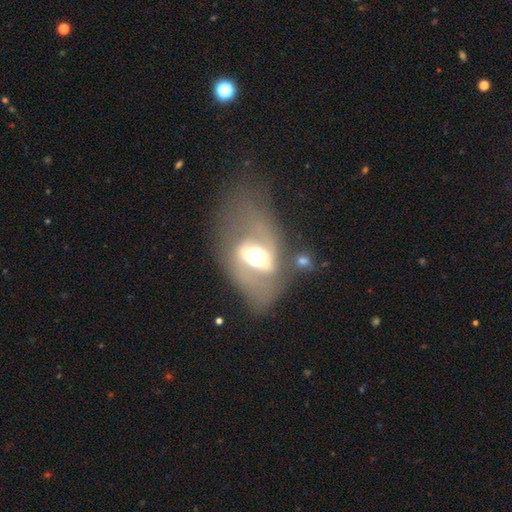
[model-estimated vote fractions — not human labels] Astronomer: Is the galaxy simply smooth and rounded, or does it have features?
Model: featured or disk — 68%.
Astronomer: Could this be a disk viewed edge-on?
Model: no — 87%.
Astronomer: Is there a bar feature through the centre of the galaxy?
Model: strong — 39% (runner-up: weak, 31%).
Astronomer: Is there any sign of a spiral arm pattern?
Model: no — 54% (runner-up: yes, 46%).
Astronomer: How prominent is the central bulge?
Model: moderate — 50% (runner-up: large, 34%).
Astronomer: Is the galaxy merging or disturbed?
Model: major disturbance — 34% (runner-up: none, 31%).